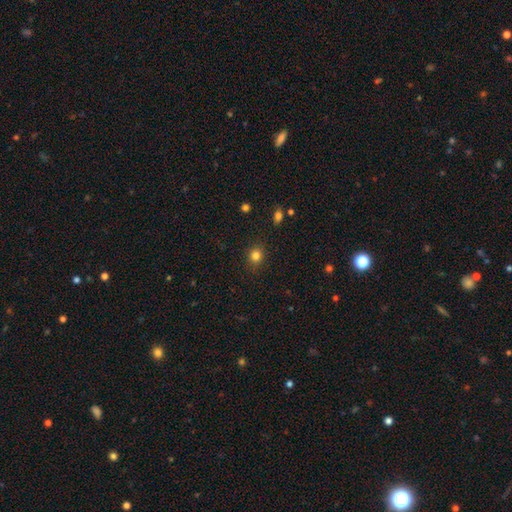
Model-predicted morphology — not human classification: Overall: smooth (82%). How rounded: round (78%). Merging: none (88%).